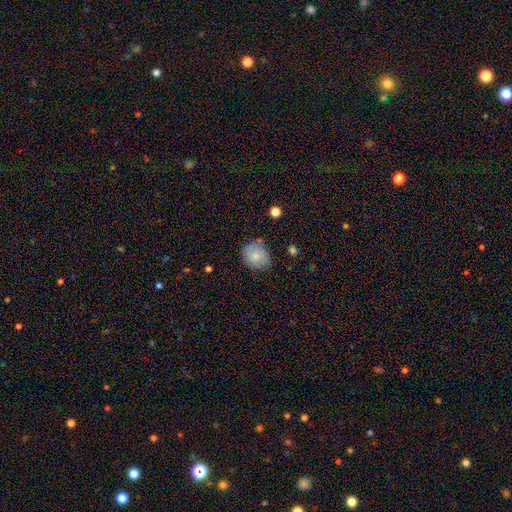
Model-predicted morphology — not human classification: smooth 75%, featured or disk 17%, star or artifact 8%. Down the decision tree: how rounded — round (73%); merging — none (70%).